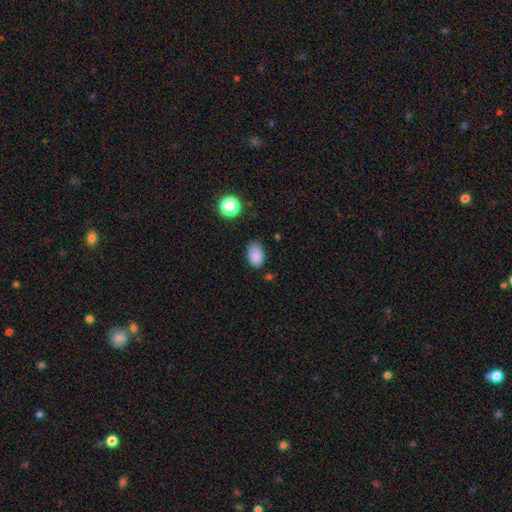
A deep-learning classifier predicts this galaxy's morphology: This appears to be a smooth galaxy with no disk features (85%) that is in between round and cigar-shaped (86%). Merging: none (72%).